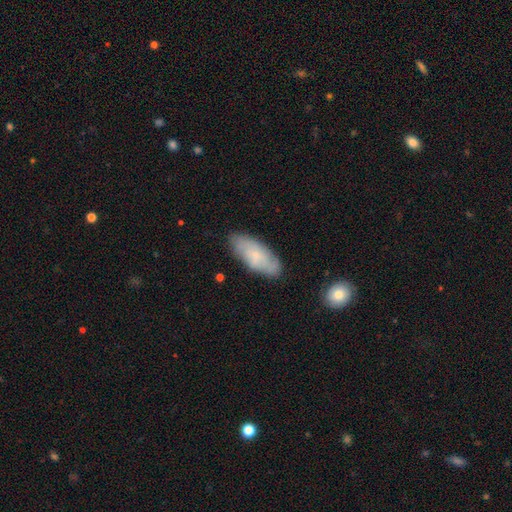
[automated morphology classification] type=smooth (54%); roundness=in between (79%); merging=none (76%).